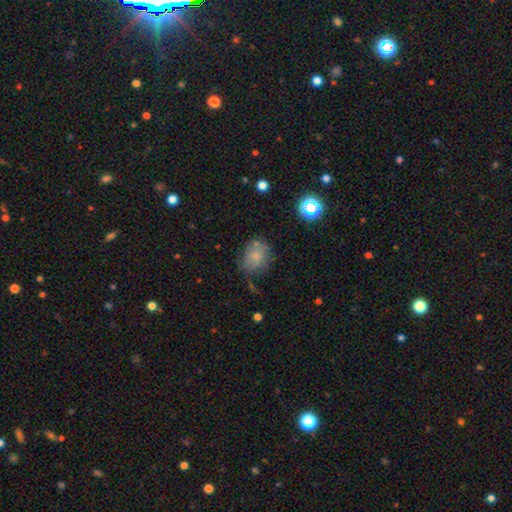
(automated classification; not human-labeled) This appears to be a smooth galaxy with no disk features (74%) that is round (55%). Merging: none (60%).